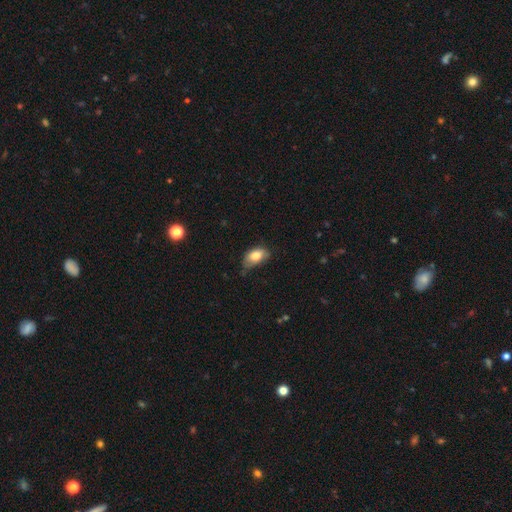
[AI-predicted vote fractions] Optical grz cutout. It shows a smooth galaxy with no disk features (79%) that is in between round and cigar-shaped (90%). Merging: minor disturbance (44%).